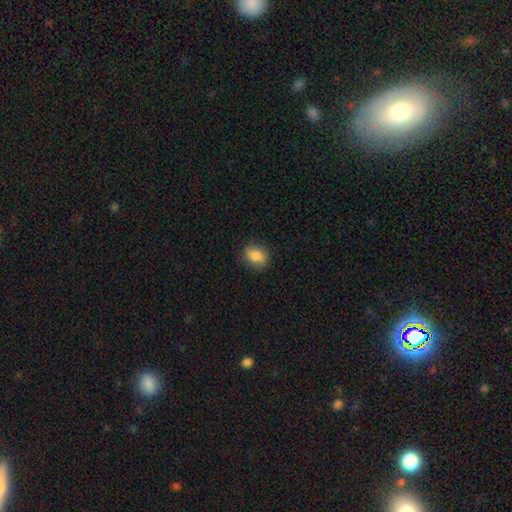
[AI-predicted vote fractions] Q: Smooth or featured?
A: smooth (86%); runner-up: star or artifact (8%)
Q: How rounded?
A: in between (61%); runner-up: round (37%)
Q: Merging?
A: none (83%); runner-up: minor disturbance (13%)